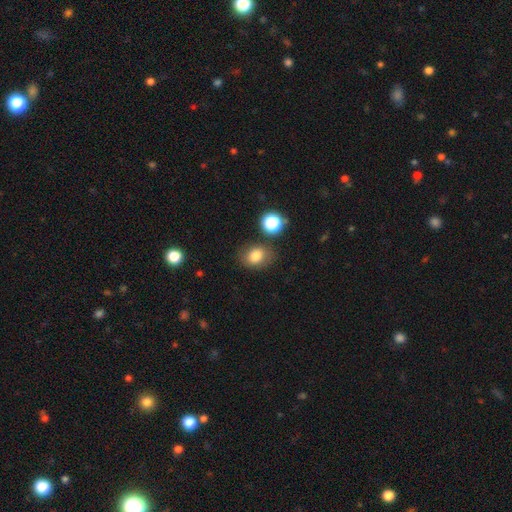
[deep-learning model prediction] A smooth galaxy with no disk features (79%) that is in between round and cigar-shaped (55%). Merging: none (75%).